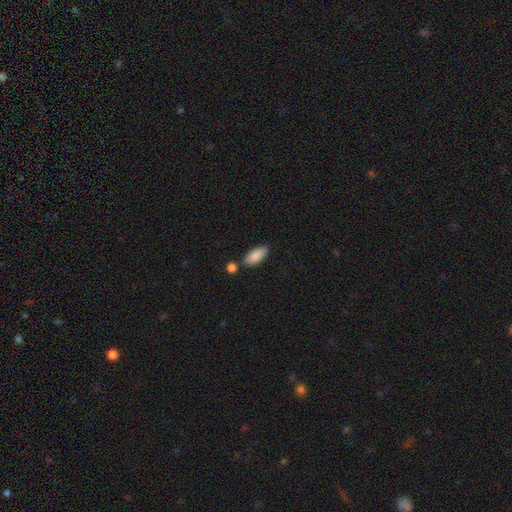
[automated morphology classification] Smooth or featured? smooth (87%)
How rounded? in between (85%)
Merging? none (75%)